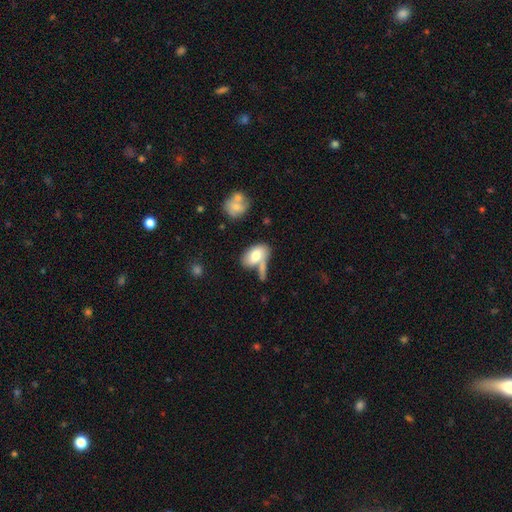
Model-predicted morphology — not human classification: The model was most divided on "merging": none: 39%, merger: 31%, minor disturbance: 19%, major disturbance: 11%. More confident: how rounded — in between (92%); smooth or featured — smooth (71%).